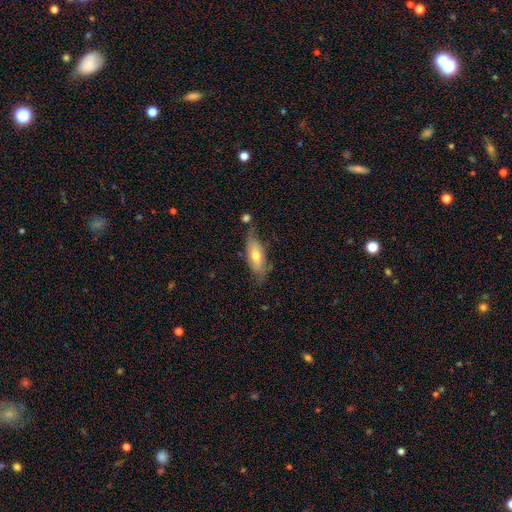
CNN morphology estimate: type=smooth (61%); roundness=in between (75%); merging=none (61%).